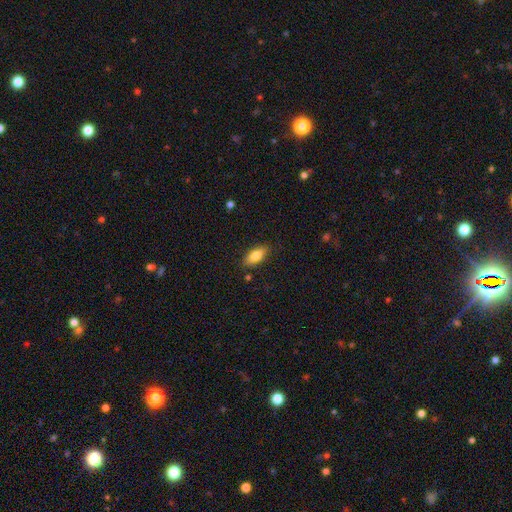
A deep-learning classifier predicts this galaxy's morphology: Smooth or featured?
  - smooth: 82% *
  - featured or disk: 11%
  - star or artifact: 7%
How rounded?
  - in between: 86% *
  - cigar-shaped: 11%
  - round: 3%
Merging?
  - none: 84% *
  - minor disturbance: 12%
  - major disturbance: 3%
  - merger: 2%